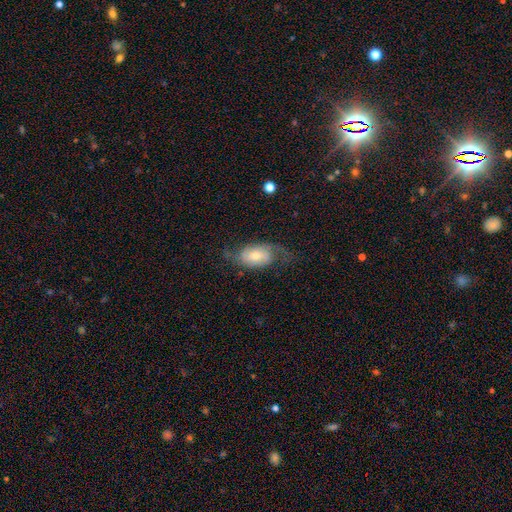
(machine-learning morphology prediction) A featured or disk galaxy (59%) with no bar (57%), spiral arms (85%) and a moderate central bulge (53%). Merging: none (52%).